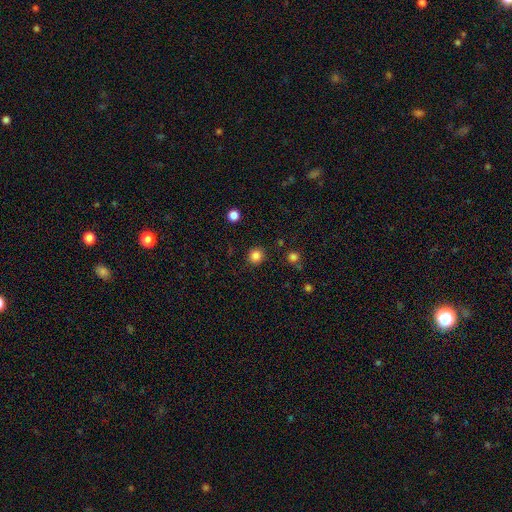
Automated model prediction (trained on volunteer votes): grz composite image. It shows a smooth galaxy with no disk features (84%) that is round (93%). Merging: none (90%).